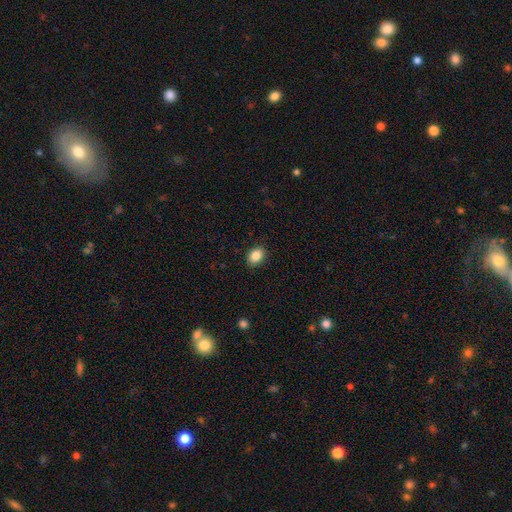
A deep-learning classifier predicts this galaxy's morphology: Overall: smooth (87%). How rounded: in between (70%). Merging: none (89%).